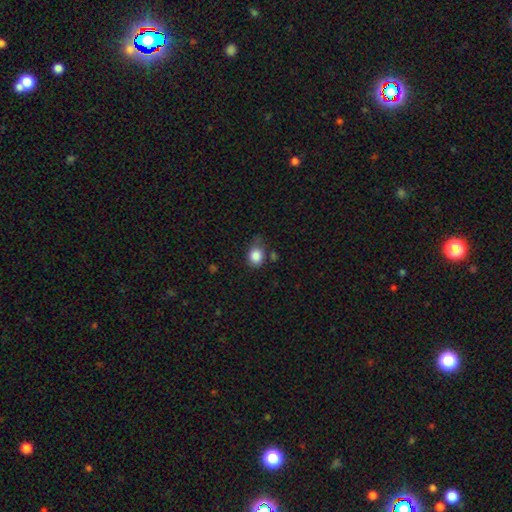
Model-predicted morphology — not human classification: Smooth or featured?
  - smooth: 86% *
  - star or artifact: 9%
  - featured or disk: 5%
How rounded?
  - round: 54% *
  - in between: 45%
  - cigar-shaped: 1%
Merging?
  - none: 57% *
  - minor disturbance: 29%
  - major disturbance: 9%
  - merger: 5%